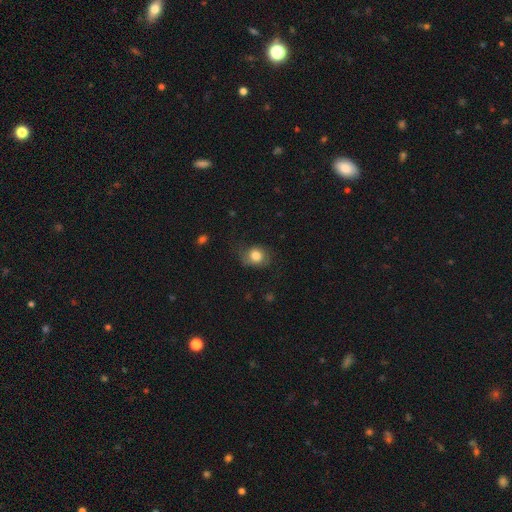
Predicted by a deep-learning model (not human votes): Overall: smooth (80%). How rounded: round (66%; in between 33%). Merging: none (61%; minor disturbance 26%).